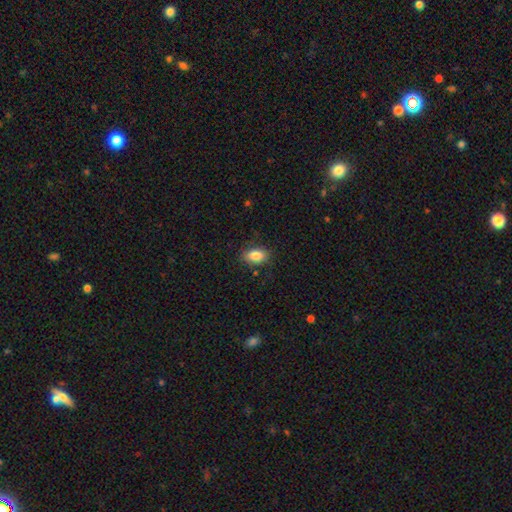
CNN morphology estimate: Smooth or featured? Predicted: smooth (p=0.84). How rounded? Predicted: in between (p=0.87). Merging? Predicted: none (p=0.82).